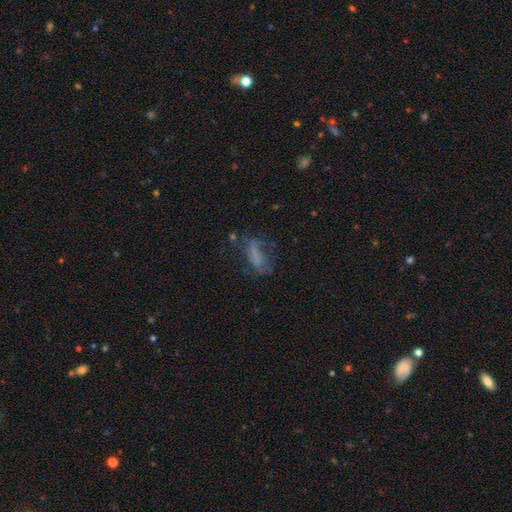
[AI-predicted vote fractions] A smooth galaxy with no disk features (49%). Merging: none (39%).